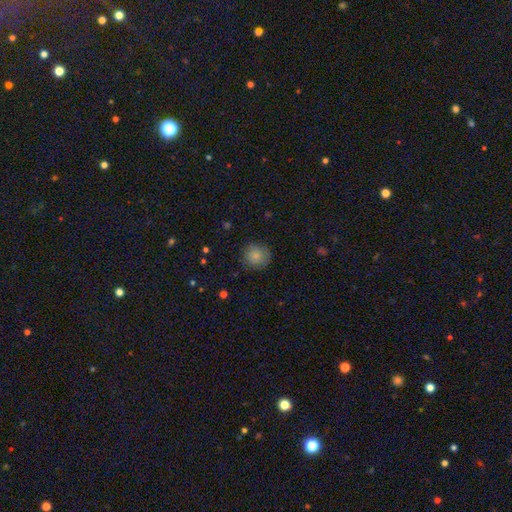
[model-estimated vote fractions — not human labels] This appears to be a smooth galaxy with no disk features (82%) that is round (90%). Merging: none (81%).